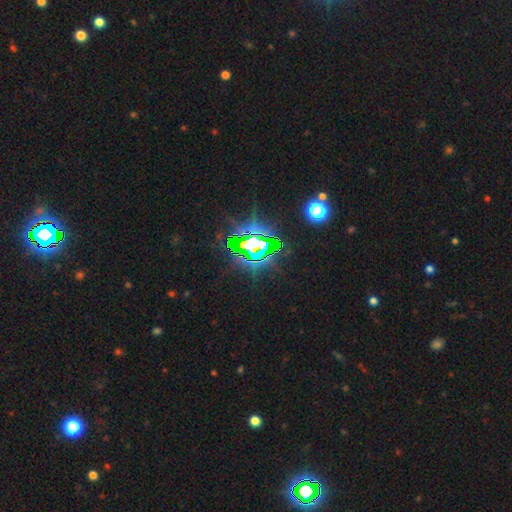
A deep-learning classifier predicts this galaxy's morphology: smooth_or_featured: star or artifact (p=0.80) [alt: featured or disk p=0.12]